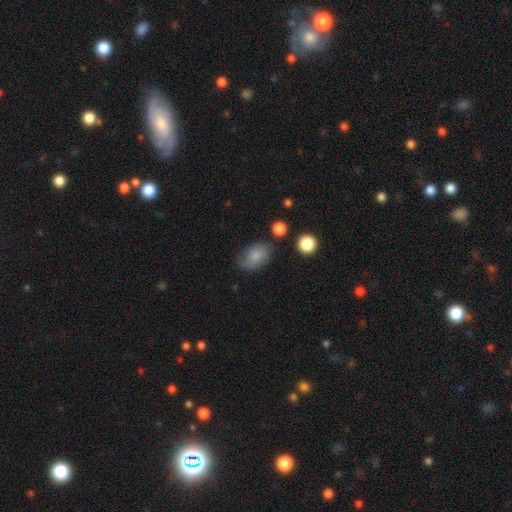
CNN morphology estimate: A smooth galaxy with no disk features (75%) that is in between round and cigar-shaped (83%).

Vote fractions:
- Smooth or featured? smooth: 75% / featured or disk: 16% / star or artifact: 9%
- How rounded? in between: 83% / round: 15% / cigar-shaped: 1%
- Merging? none: 63% / minor disturbance: 26% / major disturbance: 8% / merger: 3%